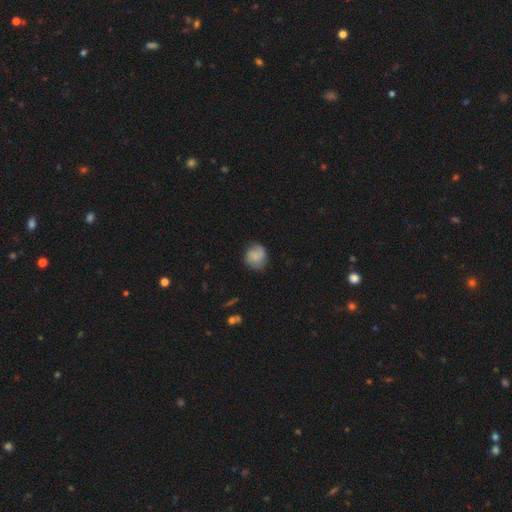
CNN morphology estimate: A smooth galaxy with no disk features (76%) that is round (83%). Merging: none (74%).